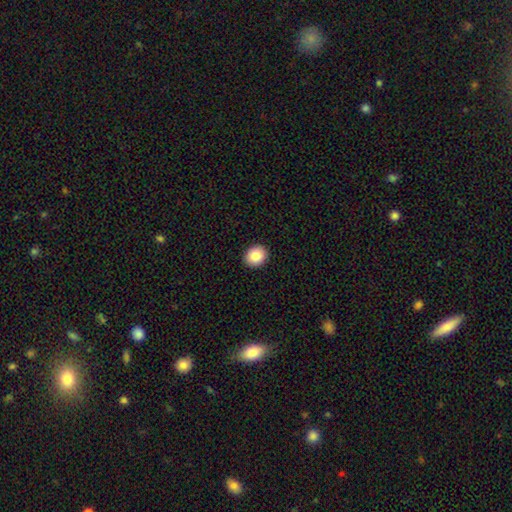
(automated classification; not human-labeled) Smooth or featured? smooth (85%)
How rounded? round (68%)
Merging? none (92%)